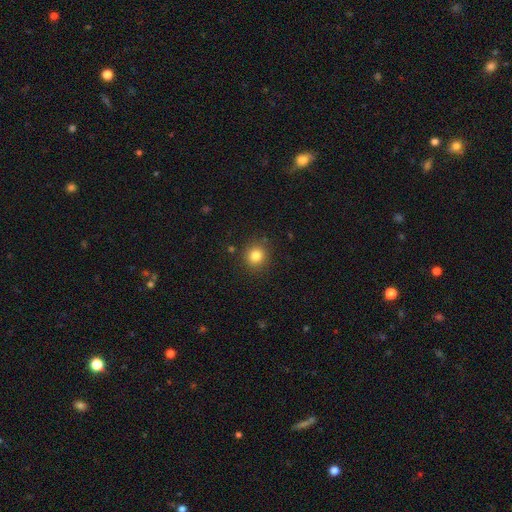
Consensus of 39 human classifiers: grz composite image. It shows a smooth galaxy with no disk features (90%) that is round (94%). Merging: none (89%).